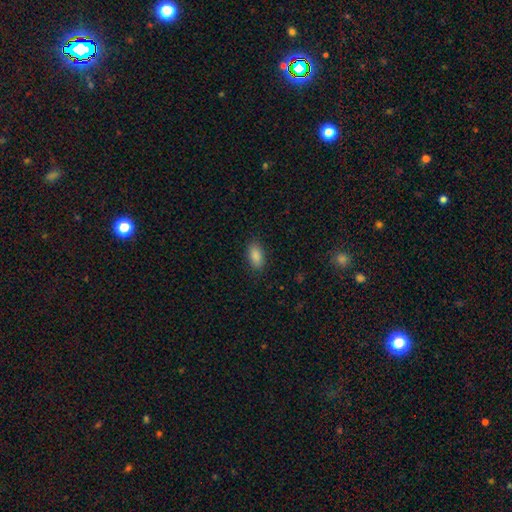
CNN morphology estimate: Overall: smooth (89%). How rounded: in between (91%). Merging: none (88%).